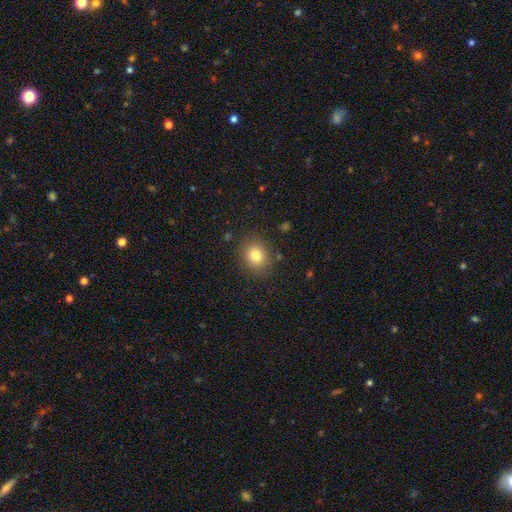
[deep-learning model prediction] Overall: smooth (79%). How rounded: round (68%; in between 31%). Merging: none (86%).